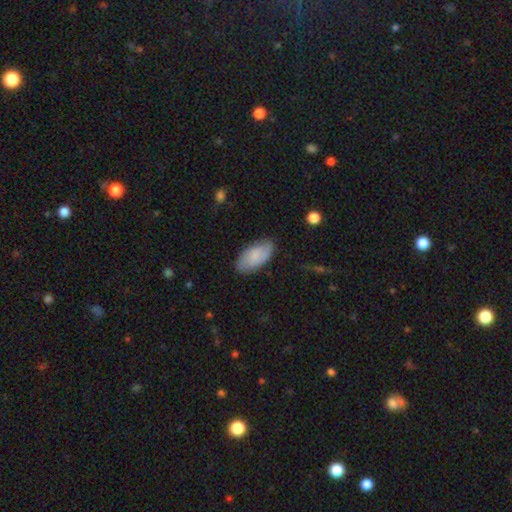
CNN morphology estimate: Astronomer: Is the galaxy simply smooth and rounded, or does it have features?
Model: smooth — 79%.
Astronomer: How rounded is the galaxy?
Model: in between — 94%.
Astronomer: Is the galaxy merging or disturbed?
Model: none — 80%.